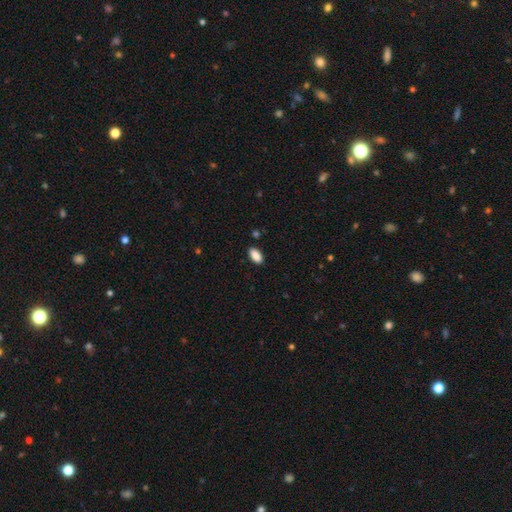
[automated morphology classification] The model was most divided on "merging": none: 88%, minor disturbance: 9%, major disturbance: 2%, merger: 1%. More confident: how rounded — in between (93%); smooth or featured — smooth (89%).